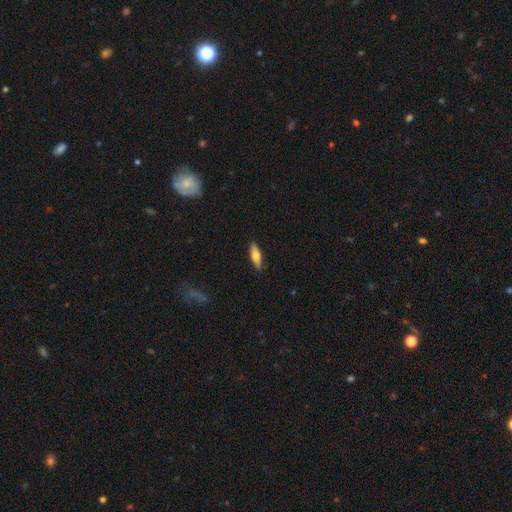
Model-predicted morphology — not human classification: Q: Smooth or featured?
A: smooth (53%); runner-up: featured or disk (41%)
Q: How rounded?
A: cigar-shaped (57%); runner-up: in between (41%)
Q: Merging?
A: none (90%); runner-up: minor disturbance (8%)